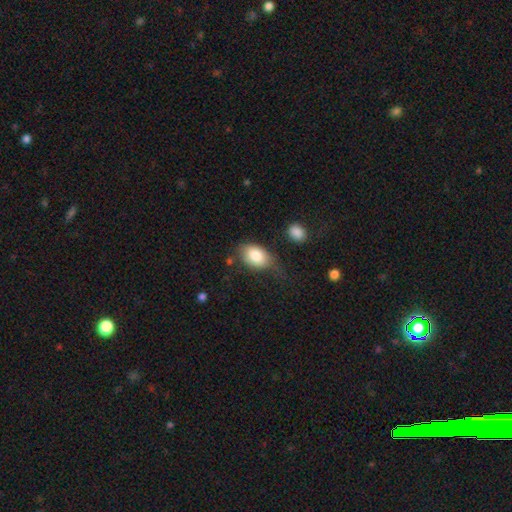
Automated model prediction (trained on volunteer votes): Smooth or featured? Predicted: smooth (p=0.83). How rounded? Predicted: in between (p=0.86). Merging? Predicted: none (p=0.50).